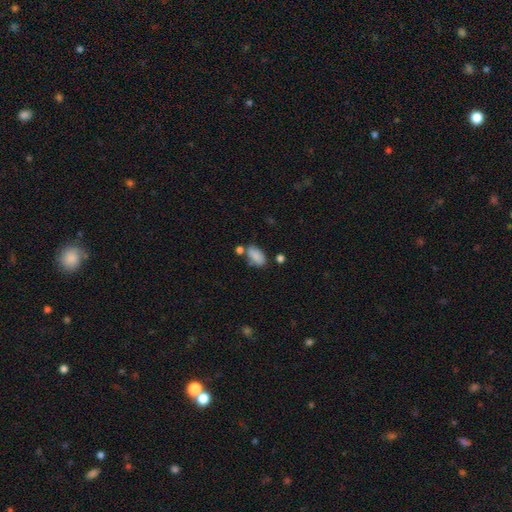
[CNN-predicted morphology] Smooth or featured? Predicted: smooth (p=0.84). How rounded? Predicted: in between (p=0.92). Merging? Predicted: none (p=0.60).